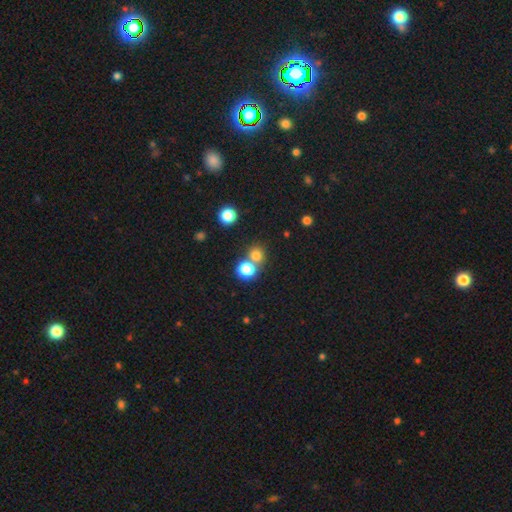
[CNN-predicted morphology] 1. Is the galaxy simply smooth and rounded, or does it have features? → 76% smooth, 17% star or artifact, 7% featured or disk.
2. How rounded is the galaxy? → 86% round, 13% in between, 1% cigar-shaped.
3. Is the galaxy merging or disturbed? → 56% none, 35% merger, 6% minor disturbance, 3% major disturbance.